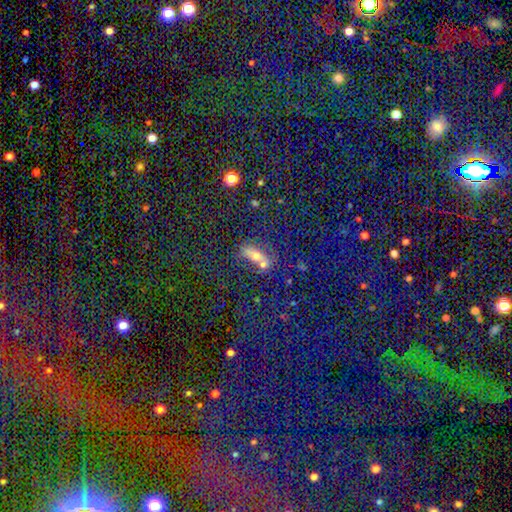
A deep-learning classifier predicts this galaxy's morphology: A smooth galaxy with no disk features (52%) that is in between round and cigar-shaped (63%).

Vote fractions:
- Smooth or featured? smooth: 52% / star or artifact: 28% / featured or disk: 20%
- How rounded? in between: 63% / round: 20% / cigar-shaped: 17%
- Merging? none: 46% / merger: 30% / minor disturbance: 14% / major disturbance: 10%